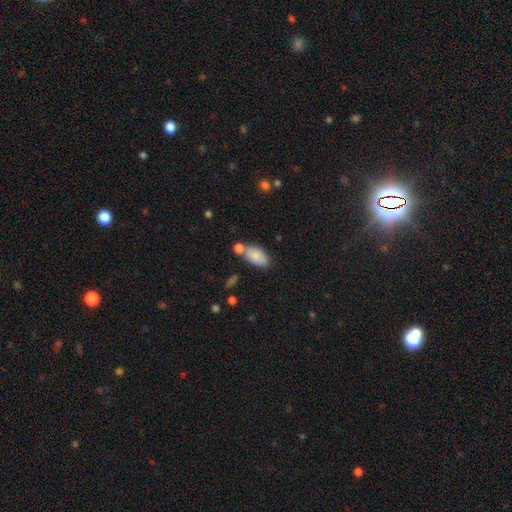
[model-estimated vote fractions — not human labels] This is clearly a smooth galaxy (81%). How rounded: clearly in between (92%). Merging: possibly none (58%).